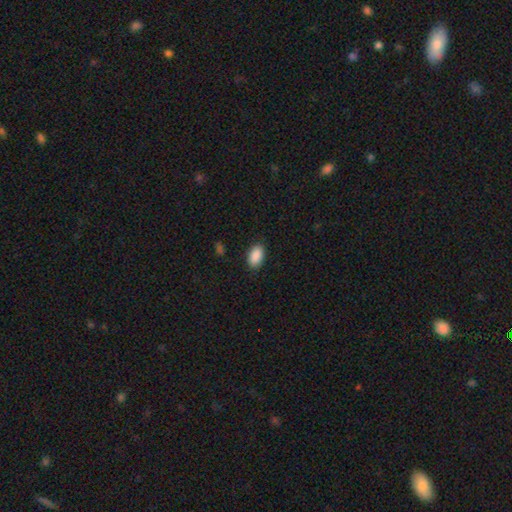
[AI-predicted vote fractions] Smooth or featured? Predicted: smooth (p=0.90). How rounded? Predicted: in between (p=0.93). Merging? Predicted: none (p=0.88).